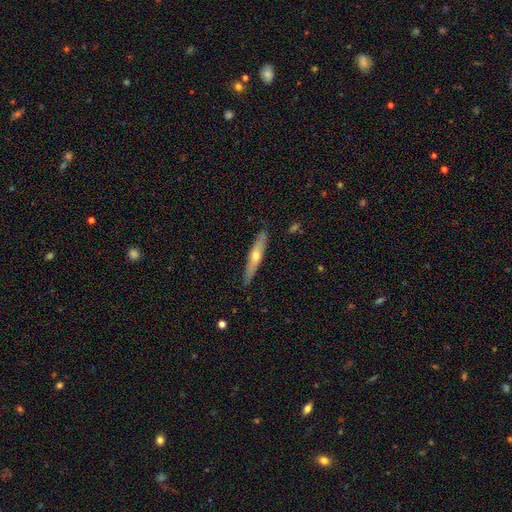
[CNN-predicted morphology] A featured or disk galaxy (55%) viewed edge-on (87%). Merging: none (87%).